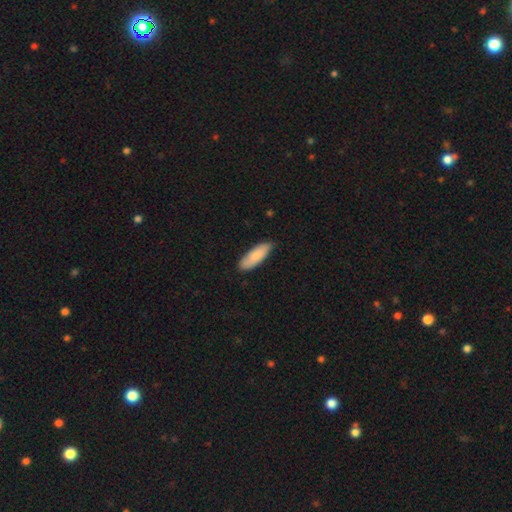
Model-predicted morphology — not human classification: A smooth galaxy with no disk features (86%) that is in between round and cigar-shaped (63%). Merging: none (81%).